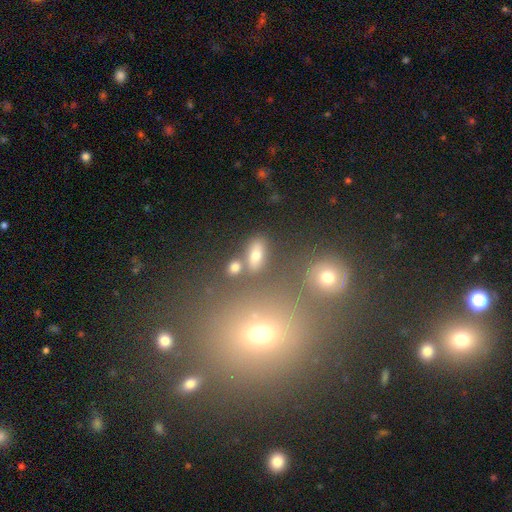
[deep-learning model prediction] smooth_or_featured: smooth (p=0.65) [alt: star or artifact p=0.18]
how_rounded: in between (p=0.77) [alt: round p=0.16]
merging: none (p=0.71) [alt: merger p=0.12]